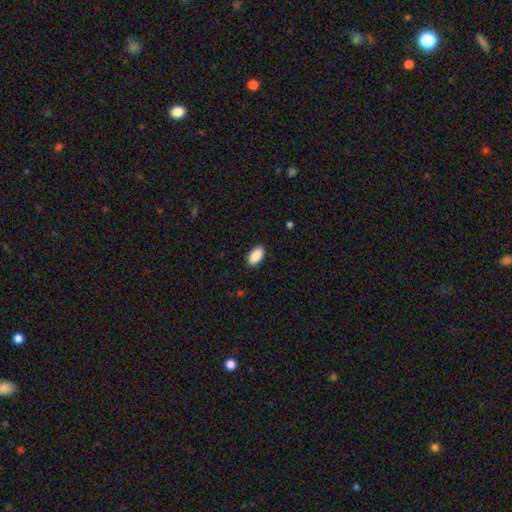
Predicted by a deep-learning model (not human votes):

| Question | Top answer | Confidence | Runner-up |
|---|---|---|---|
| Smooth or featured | smooth | 90% | star or artifact (6%) |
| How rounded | in between | 95% | round (3%) |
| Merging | none | 90% | minor disturbance (8%) |